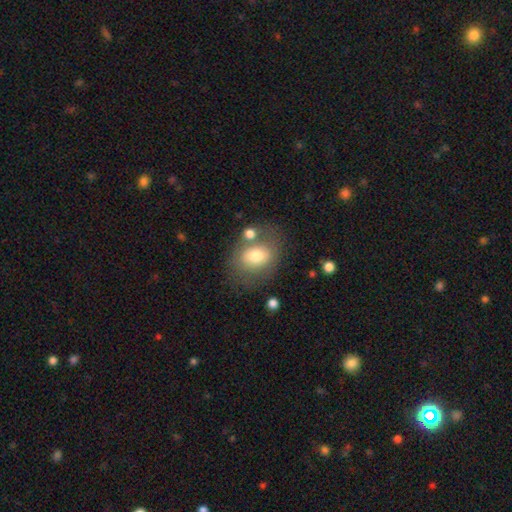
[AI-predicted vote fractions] This appears to be a smooth galaxy with no disk features (67%) that is in between round and cigar-shaped (58%). Merging: none (61%).